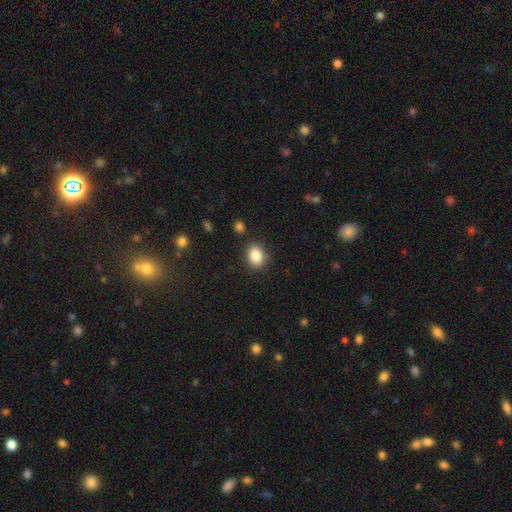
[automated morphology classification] This is clearly a smooth galaxy (86%). How rounded: likely in between (62%). Merging: clearly none (84%).